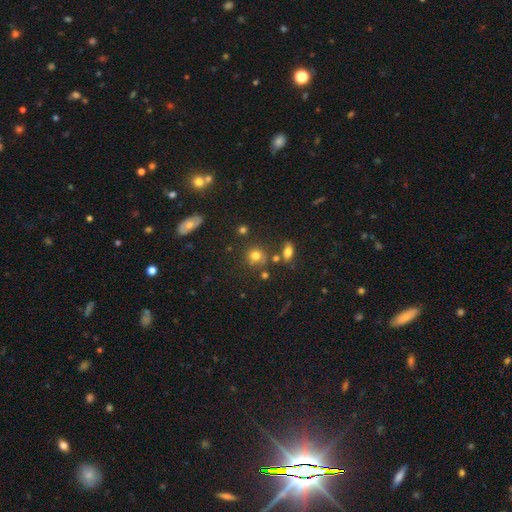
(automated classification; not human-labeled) Smooth or featured: smooth — 73% (star or artifact — 17%)
How rounded: round — 81% (in between — 18%)
Merging: none — 67% (minor disturbance — 14%)